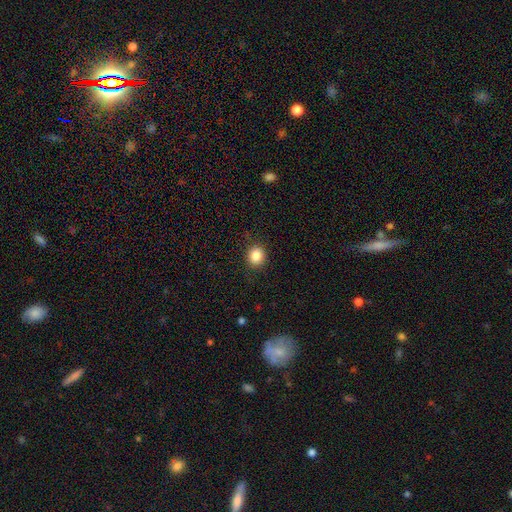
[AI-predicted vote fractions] A smooth galaxy with no disk features (86%) that is round (75%).

Vote fractions:
- Smooth or featured? smooth: 86% / star or artifact: 10% / featured or disk: 4%
- How rounded? round: 75% / in between: 25% / cigar-shaped: 1%
- Merging? none: 87% / minor disturbance: 9% / major disturbance: 3% / merger: 1%